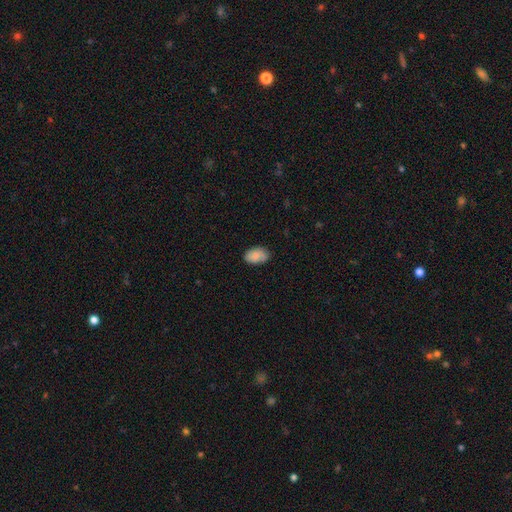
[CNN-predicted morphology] type=smooth (77%); roundness=in between (90%); merging=none (78%).